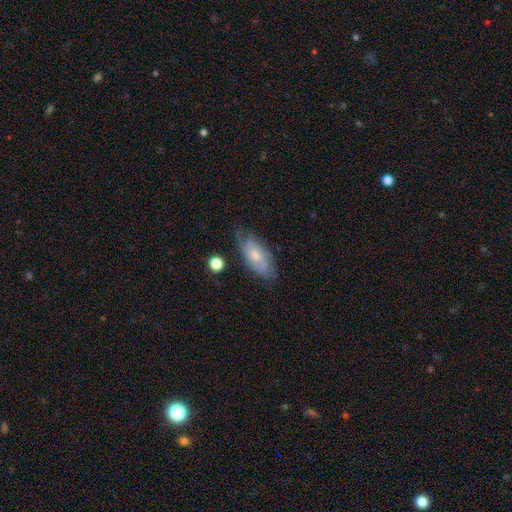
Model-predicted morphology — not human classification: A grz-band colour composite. It shows a featured or disk galaxy (51%). Merging: none (62%).